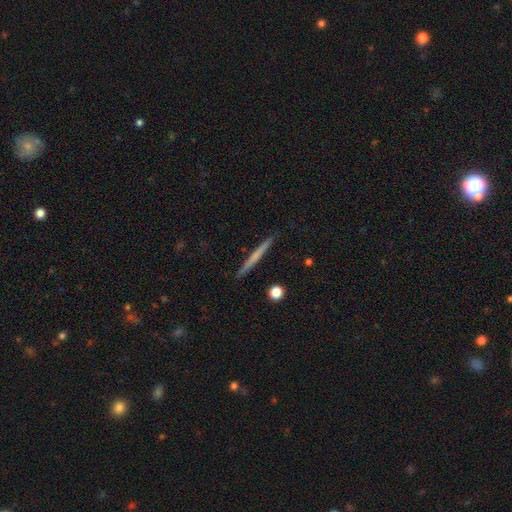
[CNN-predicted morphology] type=smooth (51%); roundness=cigar-shaped (96%); merging=none (91%).